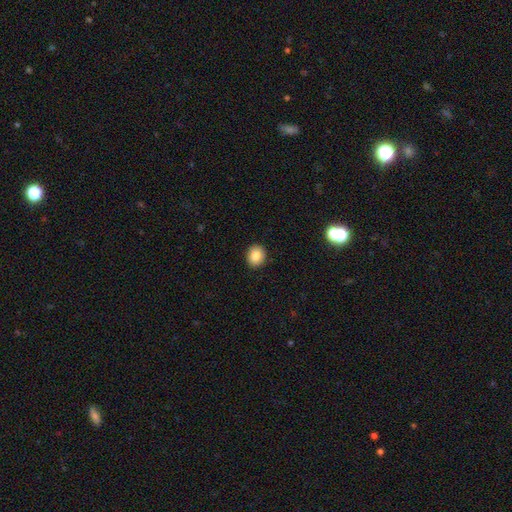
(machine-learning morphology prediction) smooth_or_featured: smooth (p=0.85) [alt: star or artifact p=0.09]
how_rounded: round (p=0.78) [alt: in between p=0.21]
merging: none (p=0.91) [alt: minor disturbance p=0.06]